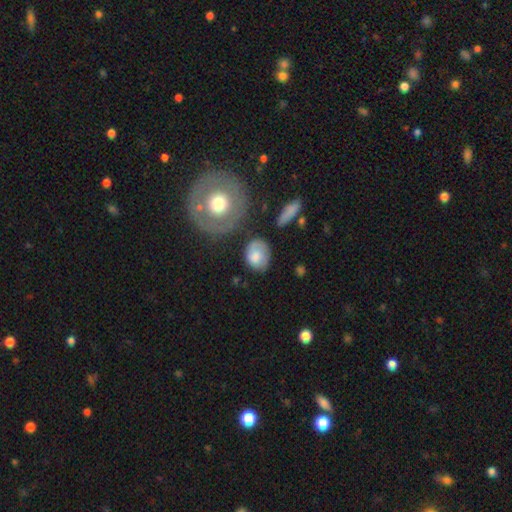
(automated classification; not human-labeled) Overall: smooth (71%). How rounded: in between (53%; round 45%). Merging: none (55%; minor disturbance 26%).